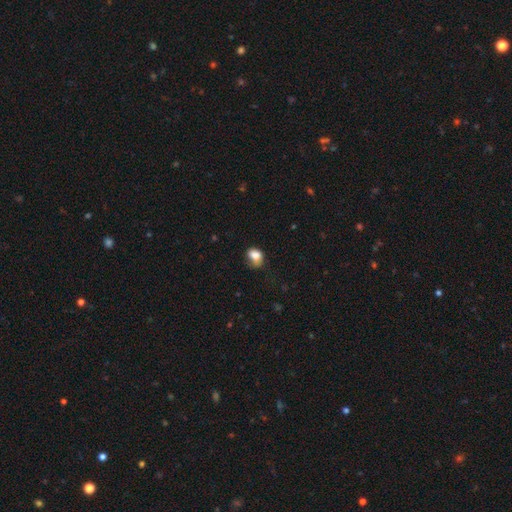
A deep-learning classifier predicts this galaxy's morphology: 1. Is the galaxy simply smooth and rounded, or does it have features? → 79% smooth, 11% featured or disk, 10% star or artifact.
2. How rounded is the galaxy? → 63% in between, 36% round, 1% cigar-shaped.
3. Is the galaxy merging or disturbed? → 37% minor disturbance (tied), 37% none (tied), 21% major disturbance, 5% merger.